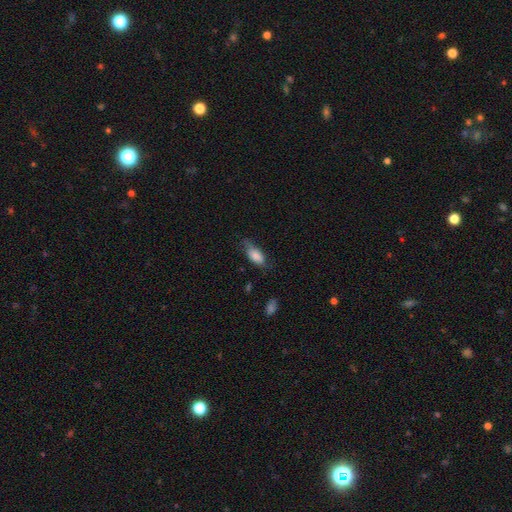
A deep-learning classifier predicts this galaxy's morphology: A smooth galaxy with no disk features (80%) that is in between round and cigar-shaped (85%). Merging: none (54%).